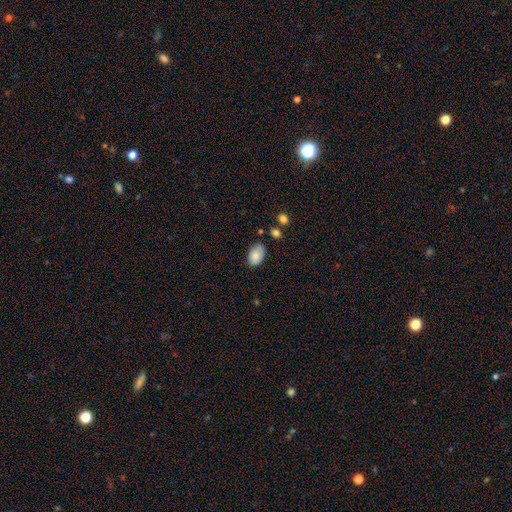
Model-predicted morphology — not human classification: Smooth or featured? smooth (82%)
How rounded? in between (91%)
Merging? none (68%)